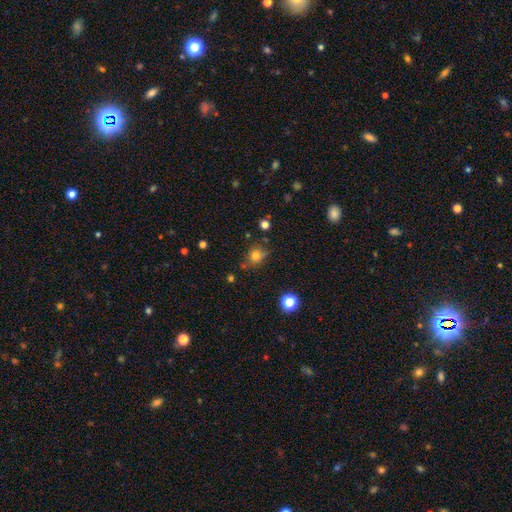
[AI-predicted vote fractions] The model was most divided on "how rounded": round: 68%, in between: 31%, cigar-shaped: 1%. More confident: smooth or featured — smooth (76%); merging — none (66%).